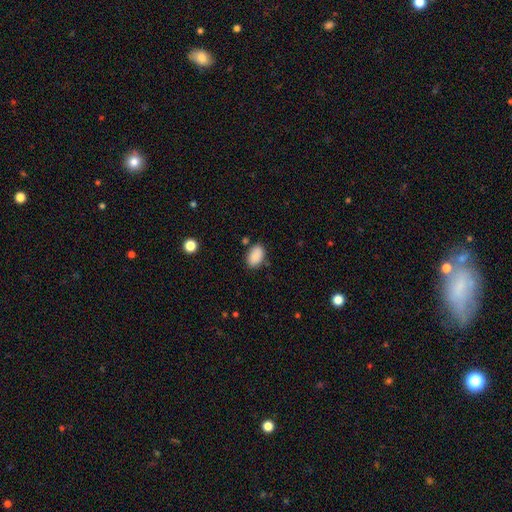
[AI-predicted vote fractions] This appears to be a smooth galaxy with no disk features (89%) that is in between round and cigar-shaped (90%). Merging: none (79%).